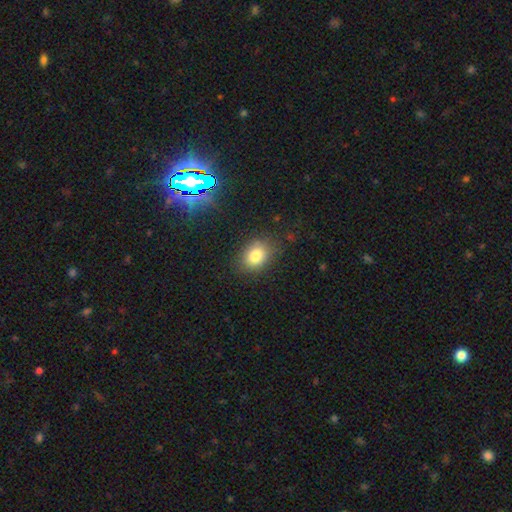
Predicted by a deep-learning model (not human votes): smooth-or-featured: smooth: 80% | star or artifact: 12% | featured or disk: 9%
  how-rounded: in between: 65% | round: 34% | cigar-shaped: 1%
  merging: none: 81% | minor disturbance: 13% | major disturbance: 4% | merger: 1%